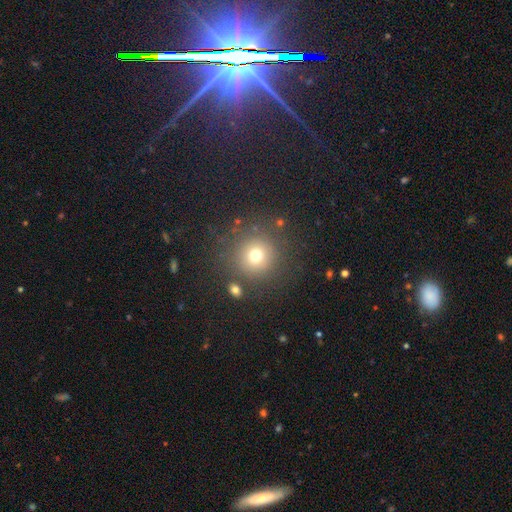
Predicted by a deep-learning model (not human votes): smooth-or-featured: smooth: 73% | star or artifact: 17% | featured or disk: 10%
  how-rounded: round: 93% | in between: 6% | cigar-shaped: 1%
  merging: none: 83% | minor disturbance: 8% | major disturbance: 5% | merger: 4%